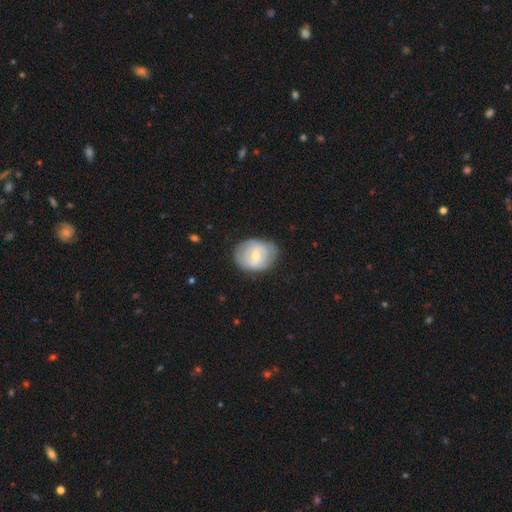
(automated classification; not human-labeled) A featured or disk galaxy (57%) with a weak bar (47%), spiral arms (62%) and a moderate central bulge (51%). Merging: none (71%).